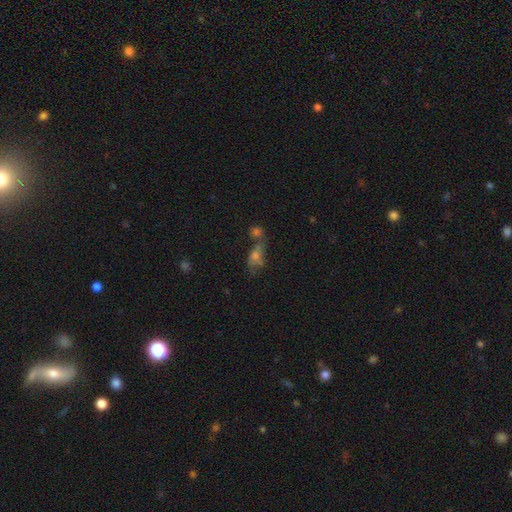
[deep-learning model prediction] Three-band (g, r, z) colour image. It shows a smooth galaxy with no disk features (46%). Merging: merger (39%).